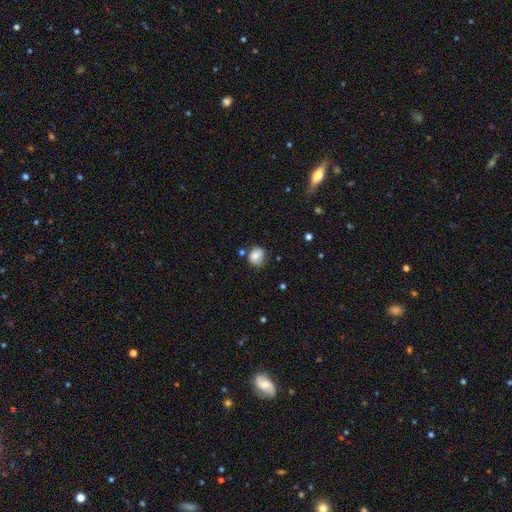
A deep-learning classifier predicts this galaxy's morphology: smooth 76%, featured or disk 15%, star or artifact 9%. Down the decision tree: how rounded — round (77%); merging — none (68%).